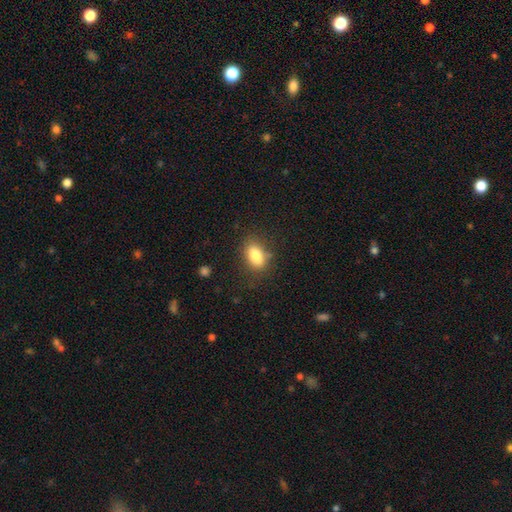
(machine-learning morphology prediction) This appears to be a smooth galaxy with no disk features (84%) that is in between round and cigar-shaped (87%). Merging: none (78%).